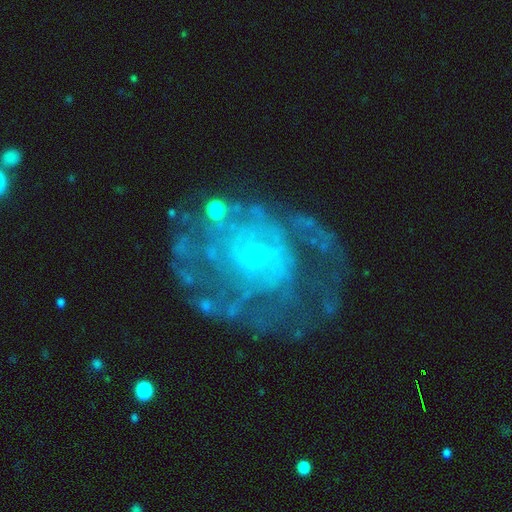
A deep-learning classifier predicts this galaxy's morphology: Overall: featured or disk (82%). Edge-on disk: no (97%). Bar: no (77%). Spiral arms: yes (79%). Spiral arm count: can't tell (51%; 2 19%). Spiral winding: tight (60%; medium 28%). Bulge size: small (72%). Merging: none (56%; minor disturbance 21%).